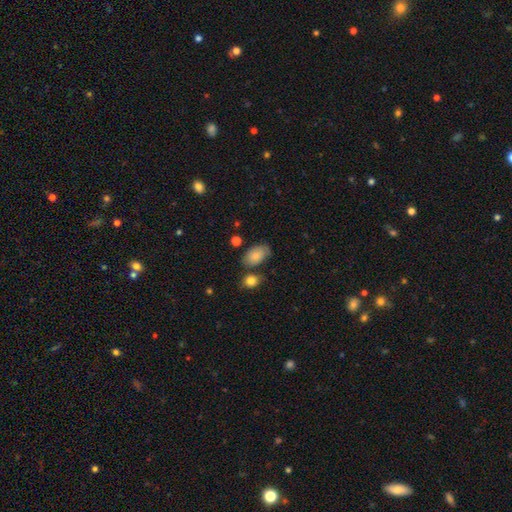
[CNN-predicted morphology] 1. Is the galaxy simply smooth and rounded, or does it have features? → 83% smooth, 10% featured or disk, 7% star or artifact.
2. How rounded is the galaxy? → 91% in between, 7% round, 1% cigar-shaped.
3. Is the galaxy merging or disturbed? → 68% none, 19% minor disturbance, 9% merger, 5% major disturbance.